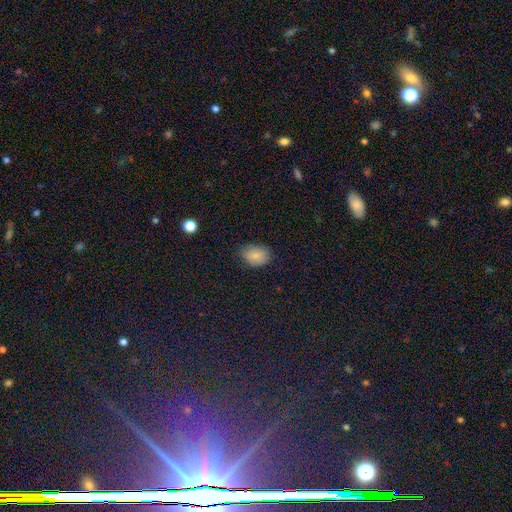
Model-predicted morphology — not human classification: Overall: smooth (83%). How rounded: in between (71%). Merging: none (76%).